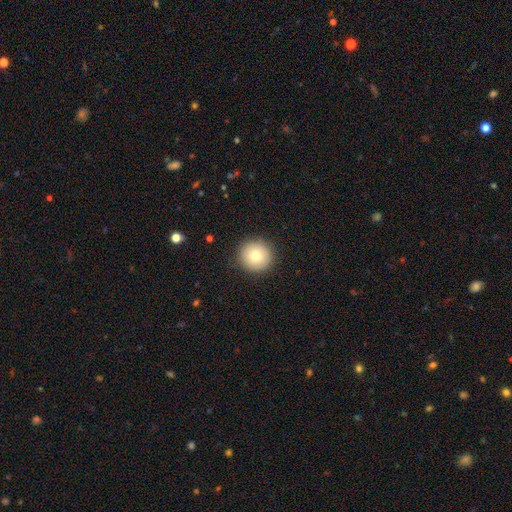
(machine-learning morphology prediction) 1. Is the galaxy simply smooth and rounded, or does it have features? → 78% smooth, 12% featured or disk, 10% star or artifact.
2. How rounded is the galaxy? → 95% round, 4% in between, 1% cigar-shaped.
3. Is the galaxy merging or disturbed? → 90% none, 7% minor disturbance, 2% major disturbance, 1% merger.